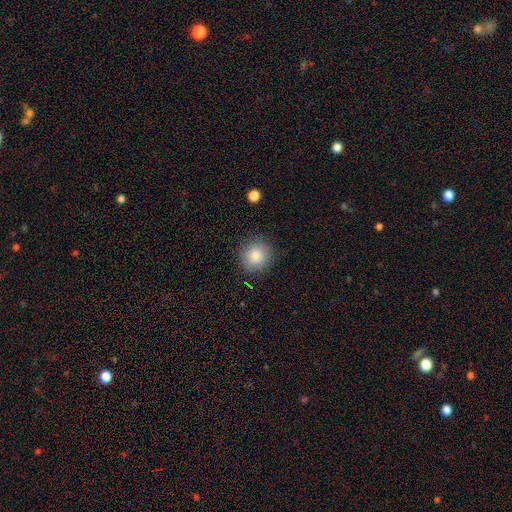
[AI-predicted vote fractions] This appears to be a smooth galaxy with no disk features (85%) that is round (88%). Merging: none (88%).